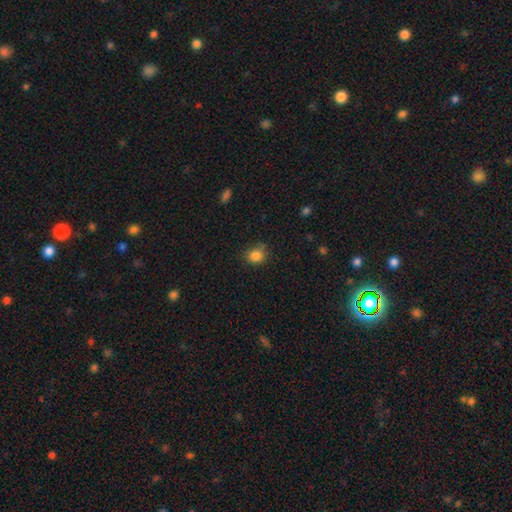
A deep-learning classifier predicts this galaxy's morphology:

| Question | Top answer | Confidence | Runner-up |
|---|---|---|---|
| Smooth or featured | smooth | 84% | star or artifact (11%) |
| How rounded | round | 72% | in between (28%) |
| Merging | none | 74% | minor disturbance (19%) |